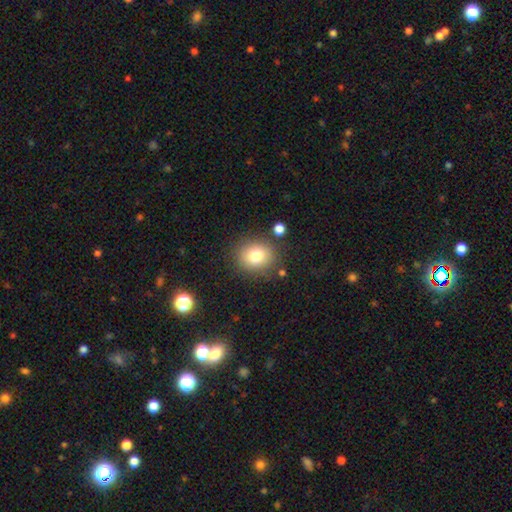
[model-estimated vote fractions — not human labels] The model was most divided on "how rounded": round: 66%, in between: 33%, cigar-shaped: 1%. More confident: merging — none (82%); smooth or featured — smooth (79%).